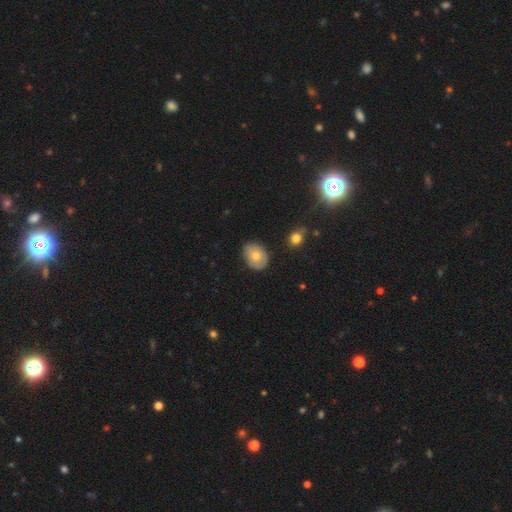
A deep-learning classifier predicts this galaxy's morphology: This is likely a smooth galaxy (72%). How rounded: likely in between (66%). Merging: likely none (79%).